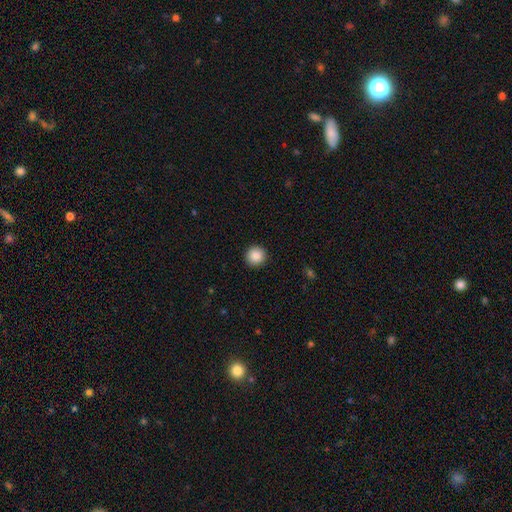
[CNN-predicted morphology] A smooth galaxy with no disk features (88%) that is round (95%). Merging: none (93%).